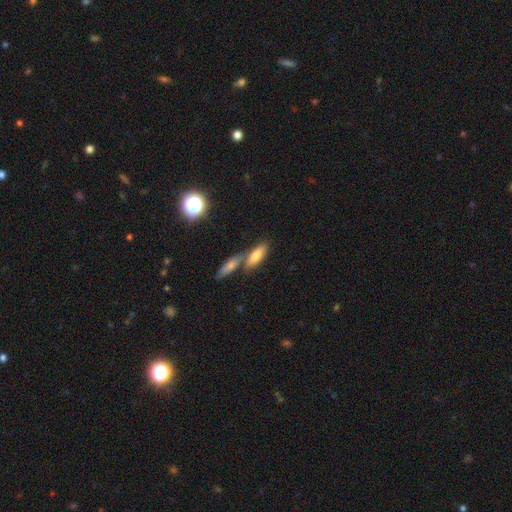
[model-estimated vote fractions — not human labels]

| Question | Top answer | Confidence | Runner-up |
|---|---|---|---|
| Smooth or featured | smooth | 73% | featured or disk (18%) |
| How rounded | in between | 65% | cigar-shaped (32%) |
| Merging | none | 44% | merger (43%) |